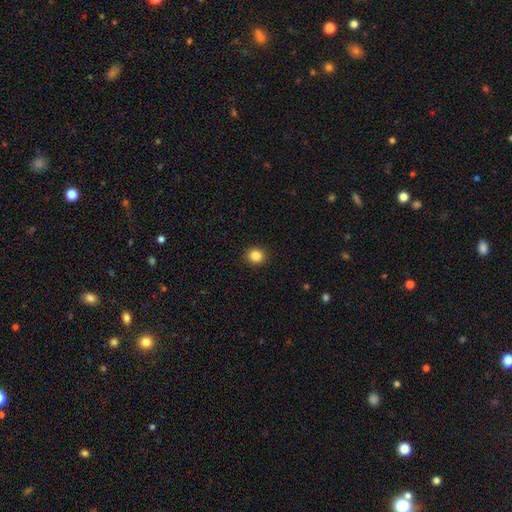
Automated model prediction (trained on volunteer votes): Smooth or featured? Predicted: smooth (p=0.85). How rounded? Predicted: round (p=0.85). Merging? Predicted: none (p=0.92).